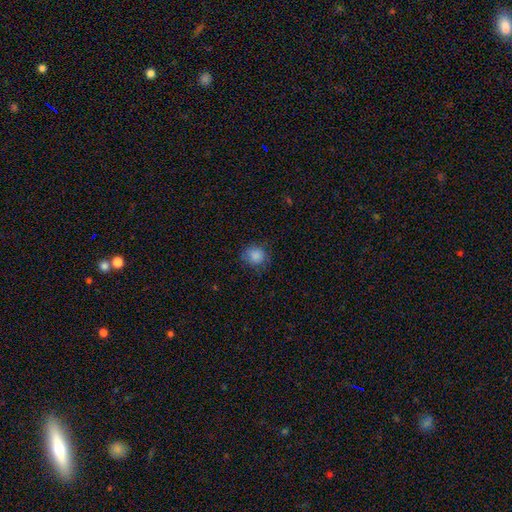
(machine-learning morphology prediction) The model was most divided on "merging": none: 77%, minor disturbance: 17%, major disturbance: 5%, merger: 1%. More confident: smooth or featured — smooth (86%); how rounded — round (83%).